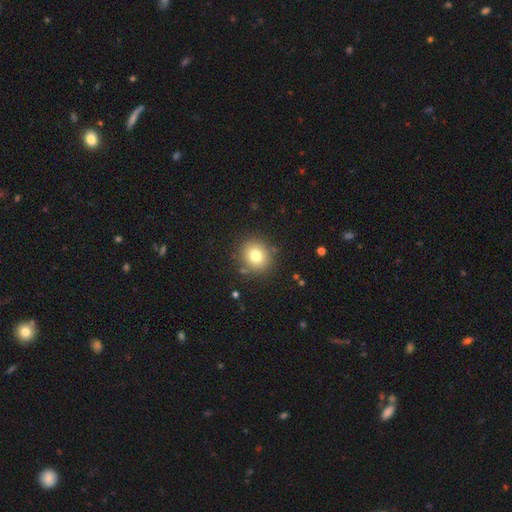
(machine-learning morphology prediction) Overall: smooth (78%). How rounded: round (85%). Merging: none (86%).